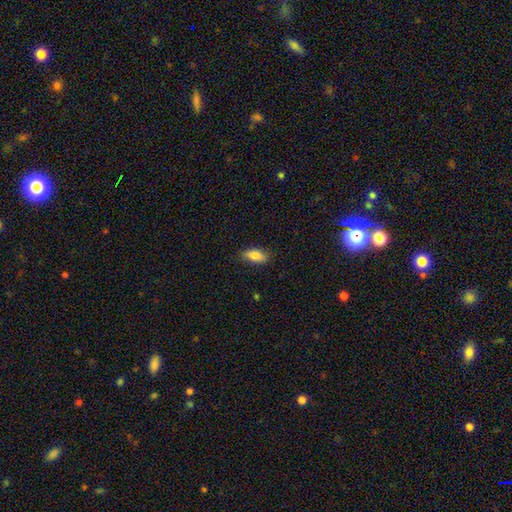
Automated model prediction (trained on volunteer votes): smooth-or-featured: smooth: 82% | featured or disk: 11% | star or artifact: 7%
  how-rounded: in between: 84% | cigar-shaped: 13% | round: 3%
  merging: none: 84% | minor disturbance: 13% | major disturbance: 2% | merger: 1%